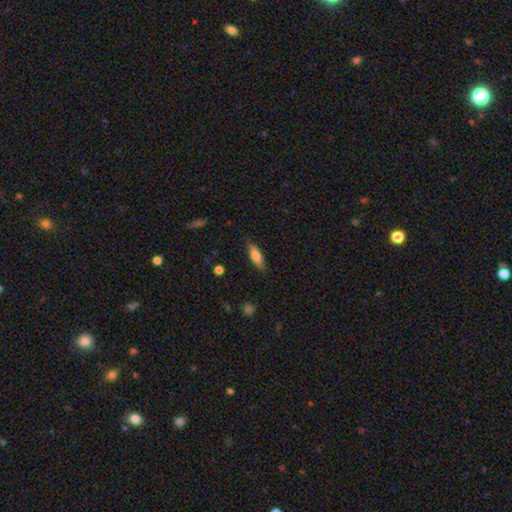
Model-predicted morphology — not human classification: smooth 75%, featured or disk 18%, star or artifact 7%. Down the decision tree: how rounded — in between (54%); merging — none (84%).